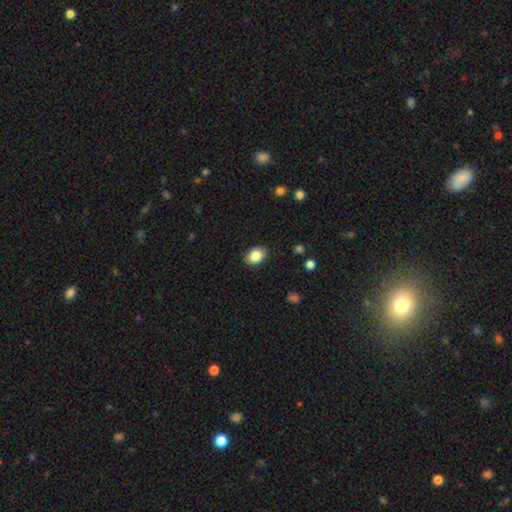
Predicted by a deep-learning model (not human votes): A smooth galaxy with no disk features (86%) that is in between round and cigar-shaped (71%).

Vote fractions:
- Smooth or featured? smooth: 86% / star or artifact: 8% / featured or disk: 6%
- How rounded? in between: 71% / round: 28% / cigar-shaped: 1%
- Merging? none: 87% / minor disturbance: 9% / major disturbance: 2% / merger: 1%